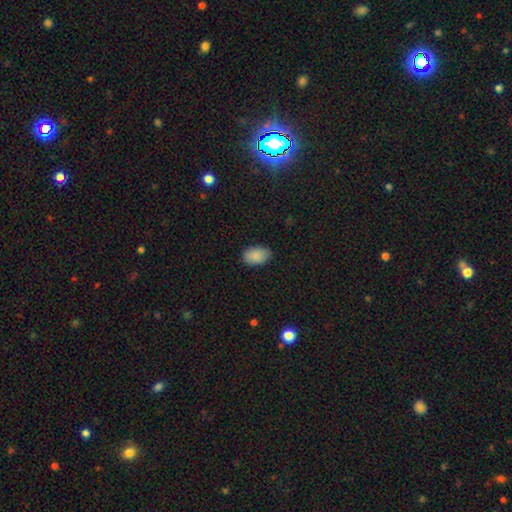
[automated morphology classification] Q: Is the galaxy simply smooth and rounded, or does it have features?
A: smooth — 89%.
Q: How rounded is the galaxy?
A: in between — 90%.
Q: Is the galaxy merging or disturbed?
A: none — 84%.